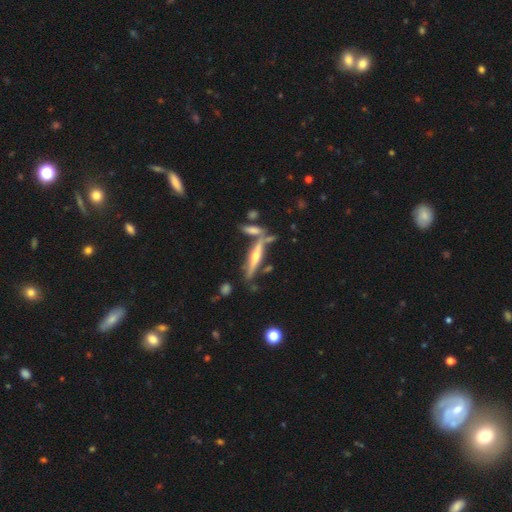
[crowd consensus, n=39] smooth_or_featured: featured or disk (p=0.74) [alt: smooth p=0.15]
disk_edge_on: yes (p=1.00)
edge_on_bulge: rounded (p=0.97) [alt: none p=0.03]
merging: none (p=0.69) [alt: merger p=0.26]